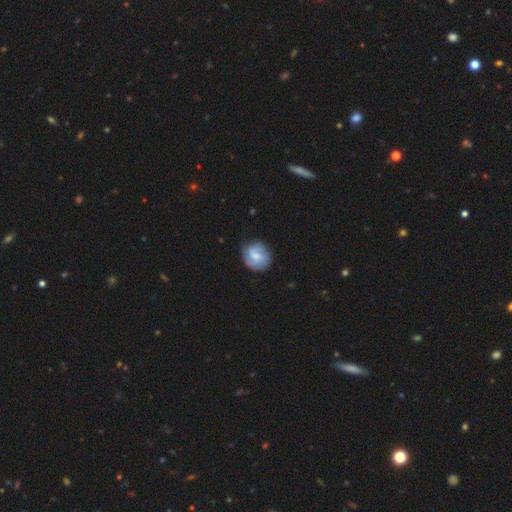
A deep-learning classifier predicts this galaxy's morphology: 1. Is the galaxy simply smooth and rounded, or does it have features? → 51% featured or disk, 43% smooth, 7% star or artifact.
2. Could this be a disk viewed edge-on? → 98% no, 2% yes.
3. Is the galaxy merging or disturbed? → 75% none, 18% minor disturbance, 6% major disturbance, 1% merger.